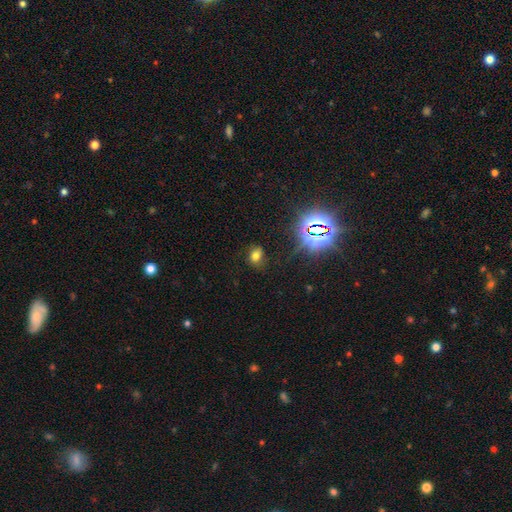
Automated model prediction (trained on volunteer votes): The model was most divided on "how rounded": in between: 58%, round: 41%, cigar-shaped: 1%. More confident: merging — none (79%); smooth or featured — smooth (66%).